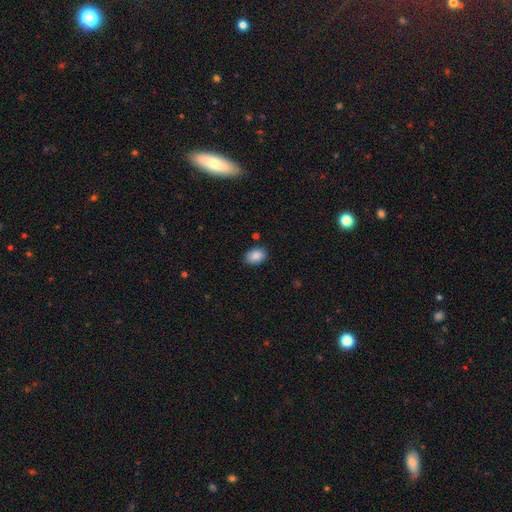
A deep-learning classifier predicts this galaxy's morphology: This is clearly a smooth galaxy (87%). How rounded: clearly in between (81%). Merging: clearly none (85%).